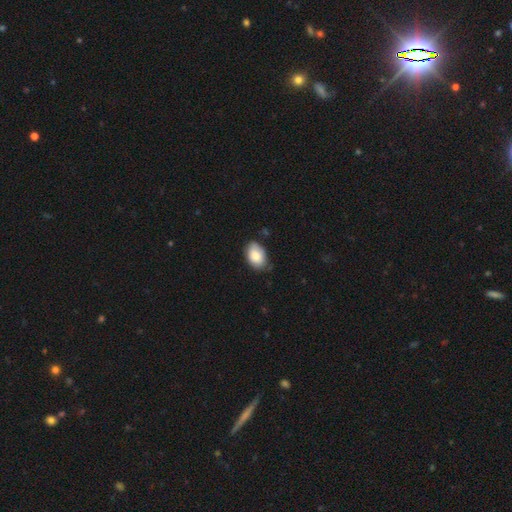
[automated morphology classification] type=smooth (85%); roundness=in between (88%); merging=none (71%).